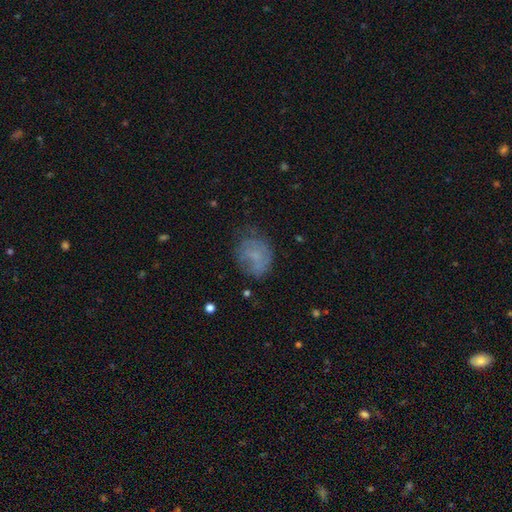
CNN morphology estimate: A smooth galaxy with no disk features (57%) that is round (55%).

Vote fractions:
- Smooth or featured? smooth: 57% / featured or disk: 30% / star or artifact: 13%
- How rounded? round: 55% / in between: 44% / cigar-shaped: 1%
- Merging? none: 54% / minor disturbance: 27% / major disturbance: 17% / merger: 3%